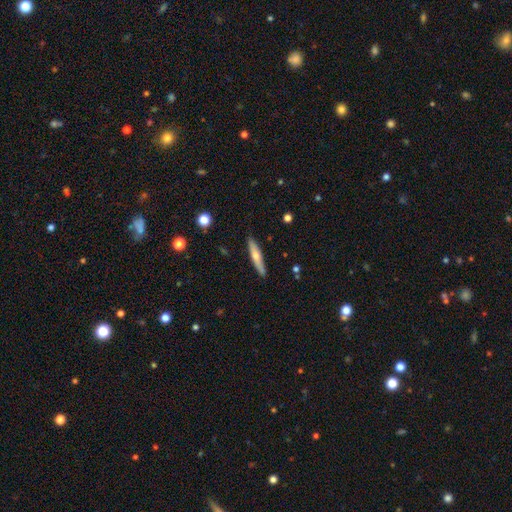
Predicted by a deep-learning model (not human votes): smooth-or-featured: smooth: 48% | featured or disk: 46% | star or artifact: 6%
  merging: none: 89% | minor disturbance: 8% | major disturbance: 2% | merger: 1%